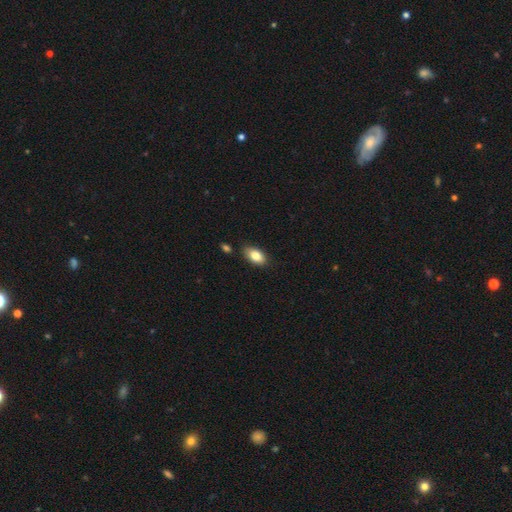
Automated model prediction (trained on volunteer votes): Morphology: type=smooth (83%); roundness=in between (92%); merging=none (83%).